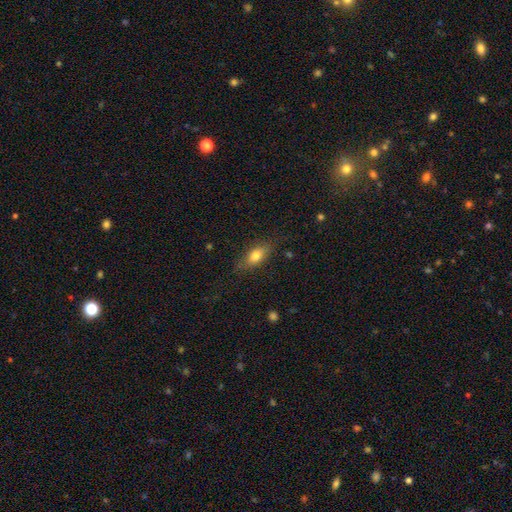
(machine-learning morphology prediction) A smooth galaxy with no disk features (72%) that is in between round and cigar-shaped (75%).

Vote fractions:
- Smooth or featured? smooth: 72% / featured or disk: 20% / star or artifact: 8%
- How rounded? in between: 75% / cigar-shaped: 18% / round: 6%
- Merging? none: 78% / minor disturbance: 16% / major disturbance: 5% / merger: 1%